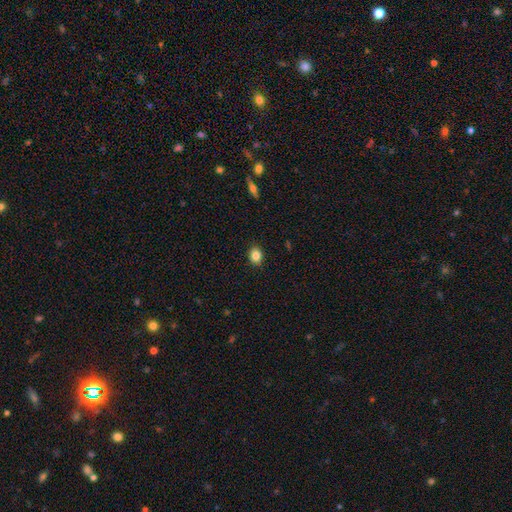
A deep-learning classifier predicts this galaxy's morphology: A smooth galaxy with no disk features (84%) that is round (50%).

Vote fractions:
- Smooth or featured? smooth: 84% / star or artifact: 10% / featured or disk: 6%
- How rounded? round: 50% / in between: 49% / cigar-shaped: 1%
- Merging? none: 89% / minor disturbance: 8% / major disturbance: 2% / merger: 1%